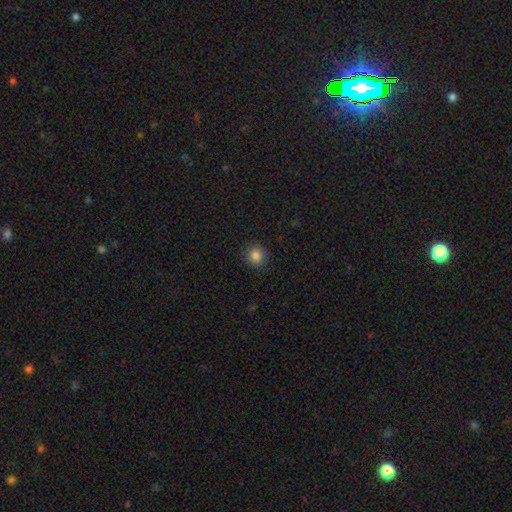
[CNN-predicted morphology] Smooth or featured: smooth — 85% (star or artifact — 11%)
How rounded: round — 88% (in between — 11%)
Merging: none — 90% (minor disturbance — 7%)